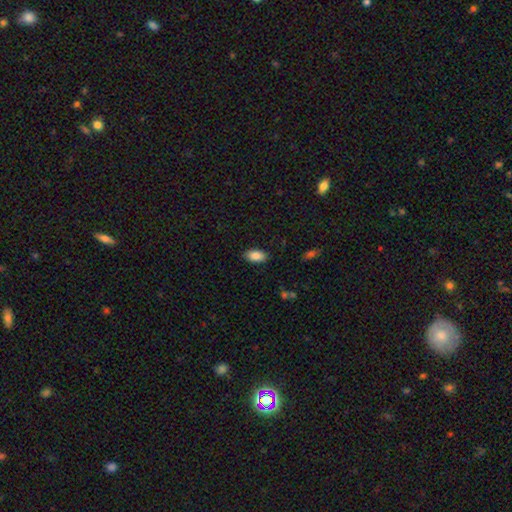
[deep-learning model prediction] This is clearly a smooth galaxy (87%). How rounded: clearly in between (93%). Merging: clearly none (87%).